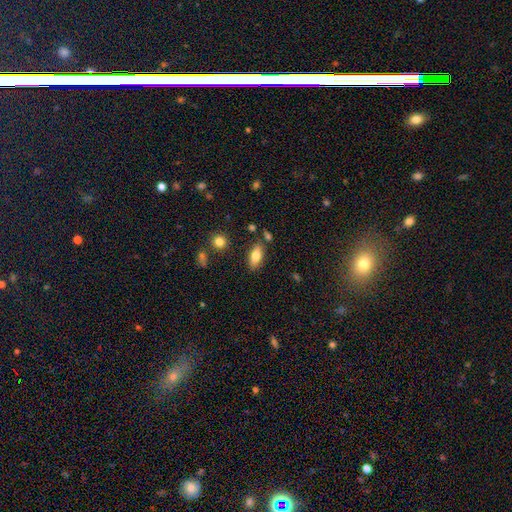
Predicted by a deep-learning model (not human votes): Q: Smooth or featured?
A: smooth (76%); runner-up: featured or disk (16%)
Q: How rounded?
A: in between (83%); runner-up: cigar-shaped (14%)
Q: Merging?
A: none (79%); runner-up: minor disturbance (12%)